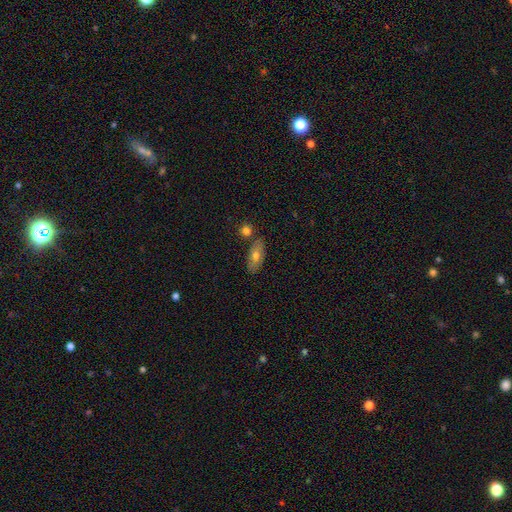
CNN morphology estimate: A smooth galaxy with no disk features (66%) that is in between round and cigar-shaped (85%).

Vote fractions:
- Smooth or featured? smooth: 66% / featured or disk: 26% / star or artifact: 8%
- How rounded? in between: 85% / cigar-shaped: 11% / round: 5%
- Merging? none: 73% / minor disturbance: 14% / merger: 10% / major disturbance: 3%